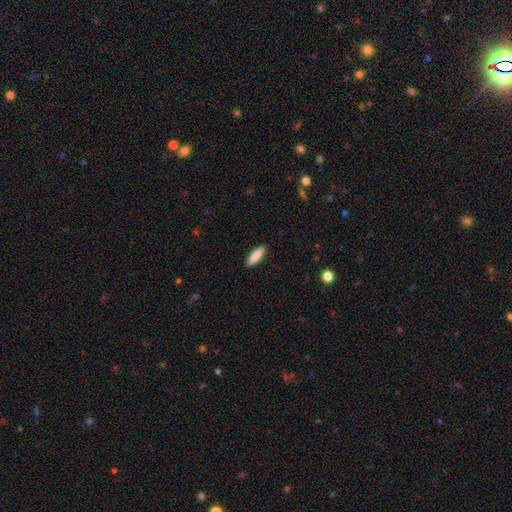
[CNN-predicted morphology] type=smooth (87%); roundness=cigar-shaped (61%); merging=none (90%).